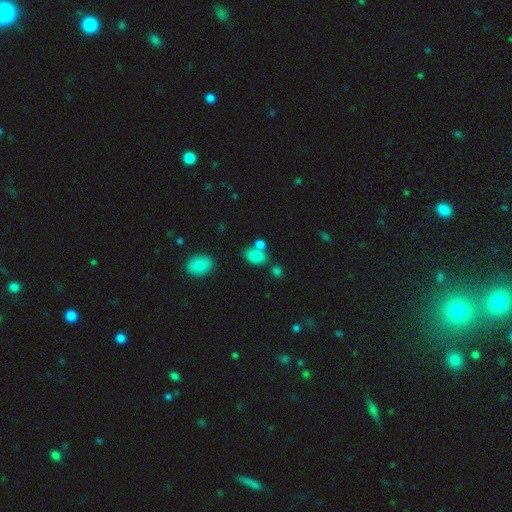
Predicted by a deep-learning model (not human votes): Morphology: type=smooth (81%); roundness=in between (81%); merging=none (52%).